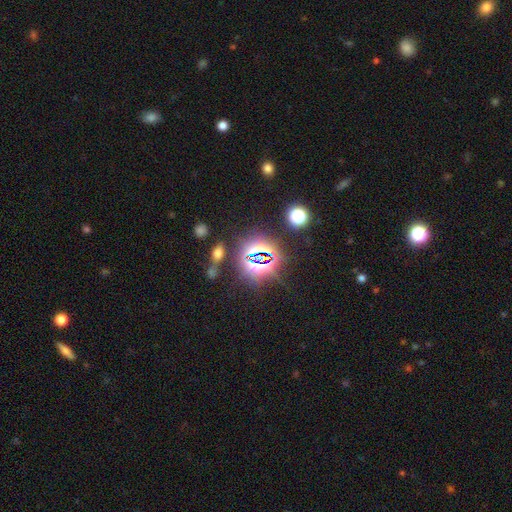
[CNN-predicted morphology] Smooth or featured: star or artifact — 76% (smooth — 16%)